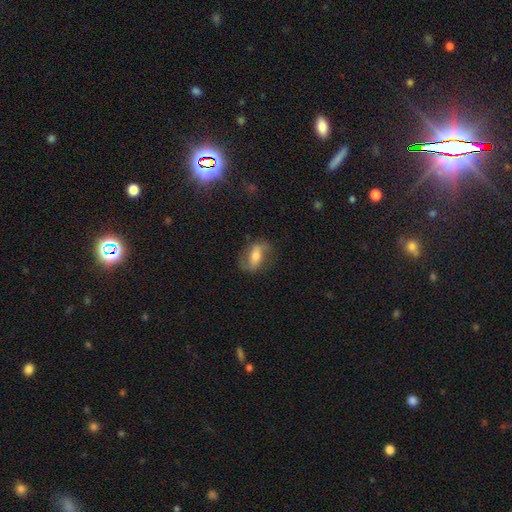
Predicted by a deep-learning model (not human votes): This appears to be a featured or disk galaxy (61%) with a strong bar (48%), spiral arms (78%) and a moderate central bulge (62%). Merging: none (75%).